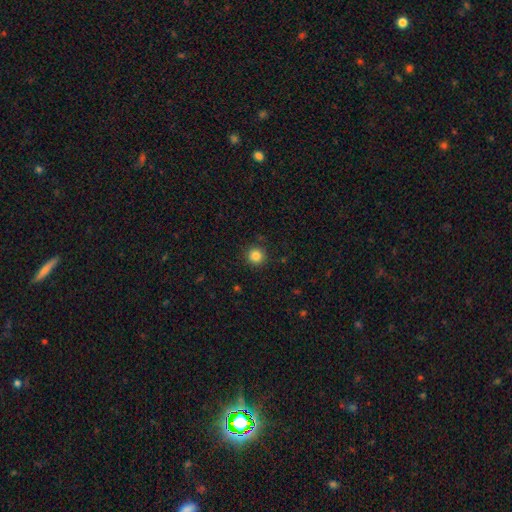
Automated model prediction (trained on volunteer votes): Overall: smooth (84%). How rounded: round (95%). Merging: none (91%).